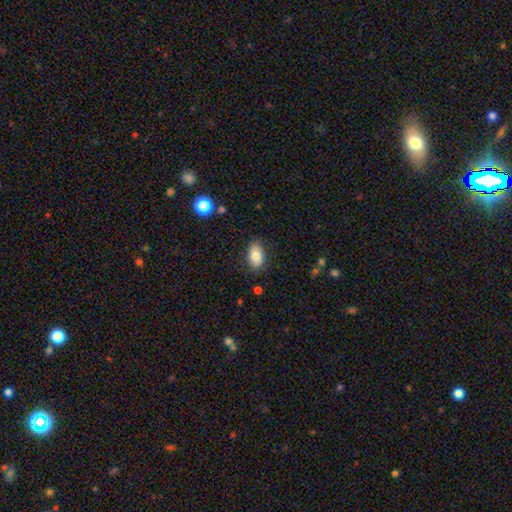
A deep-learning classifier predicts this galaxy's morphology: A smooth galaxy with no disk features (80%) that is in between round and cigar-shaped (91%). Merging: none (83%).